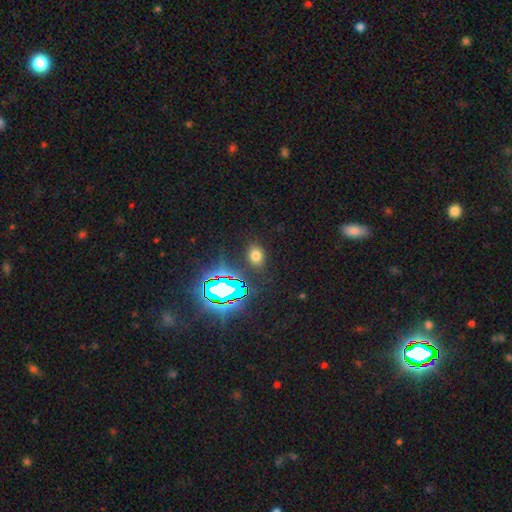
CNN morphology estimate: A smooth galaxy with no disk features (62%) that is in between round and cigar-shaped (70%). Merging: none (85%).